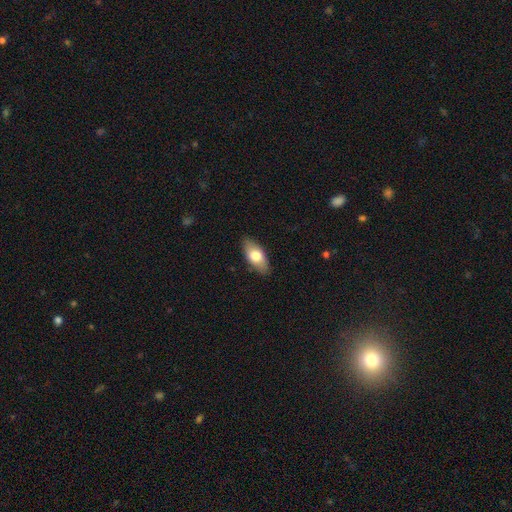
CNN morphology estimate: Q: Smooth or featured?
A: smooth (72%); runner-up: featured or disk (22%)
Q: How rounded?
A: in between (88%); runner-up: cigar-shaped (9%)
Q: Merging?
A: none (87%); runner-up: minor disturbance (10%)